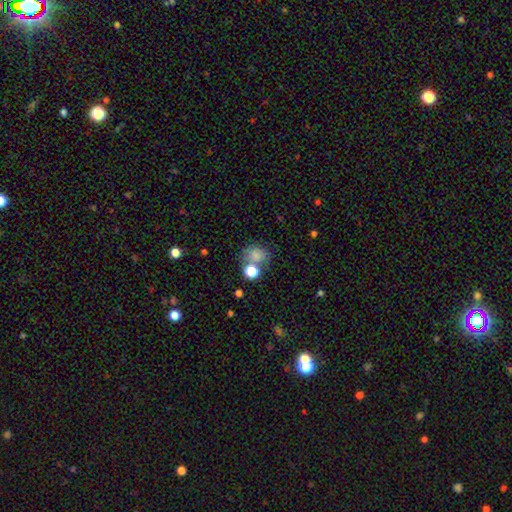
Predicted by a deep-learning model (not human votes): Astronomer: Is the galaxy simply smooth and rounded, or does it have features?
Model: smooth — 77%.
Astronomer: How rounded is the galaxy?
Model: round — 66%.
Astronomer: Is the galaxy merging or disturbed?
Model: none — 54%.